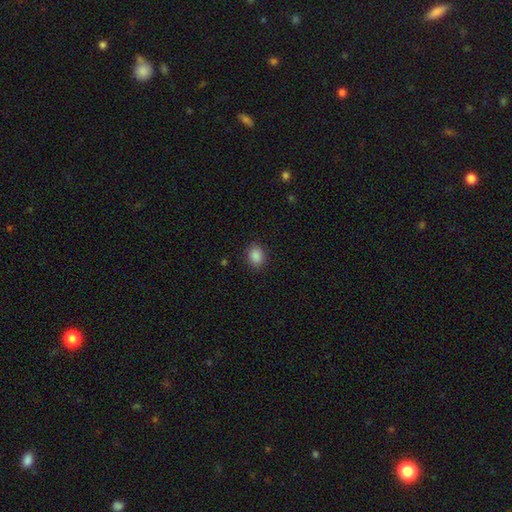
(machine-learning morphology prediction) The model was most divided on "how rounded": in between: 55%, round: 44%, cigar-shaped: 1%. More confident: merging — none (88%); smooth or featured — smooth (88%).